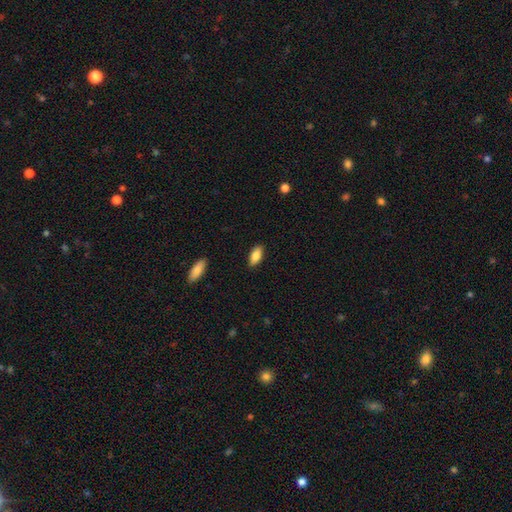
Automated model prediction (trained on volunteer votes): The model was most divided on "smooth or featured": smooth: 85%, featured or disk: 9%, star or artifact: 7%. More confident: how rounded — in between (87%); merging — none (87%).